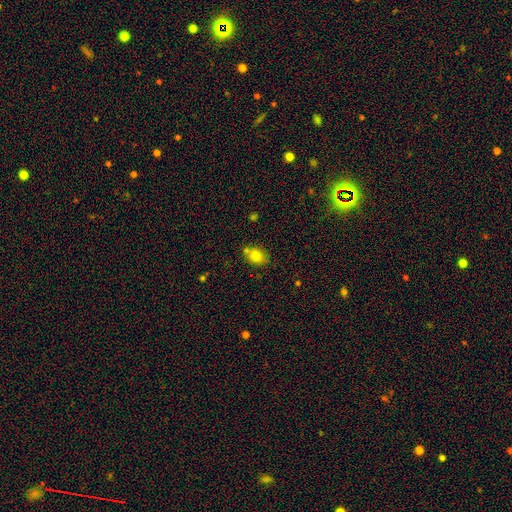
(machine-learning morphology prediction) This appears to be a smooth galaxy with no disk features (81%) that is in between round and cigar-shaped (65%). Merging: none (68%).